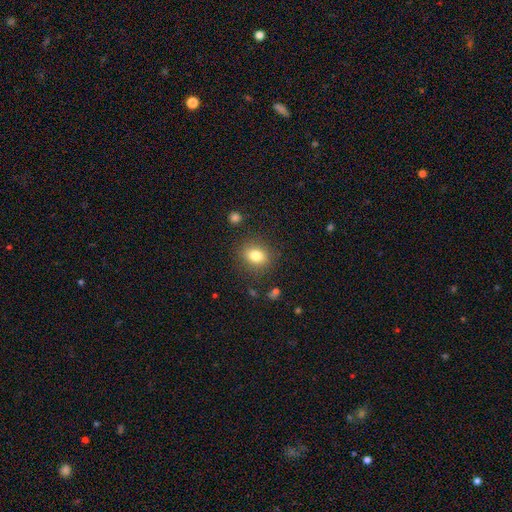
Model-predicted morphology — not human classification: Smooth or featured: smooth — 81% (star or artifact — 11%)
How rounded: in between — 51% (round — 48%)
Merging: none — 85% (minor disturbance — 10%)